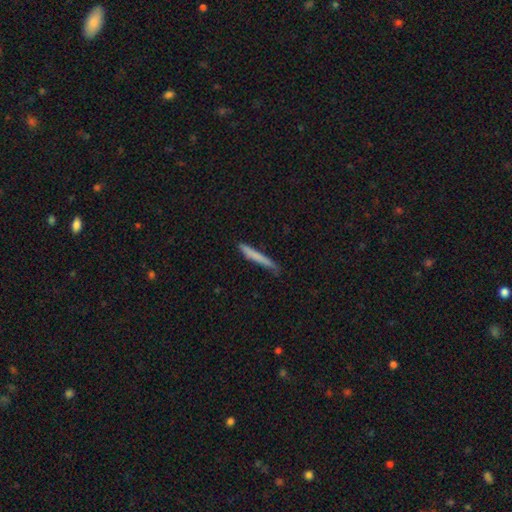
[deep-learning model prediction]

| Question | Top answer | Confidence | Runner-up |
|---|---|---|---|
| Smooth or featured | smooth | 74% | featured or disk (20%) |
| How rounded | cigar-shaped | 96% | in between (2%) |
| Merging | none | 79% | minor disturbance (17%) |